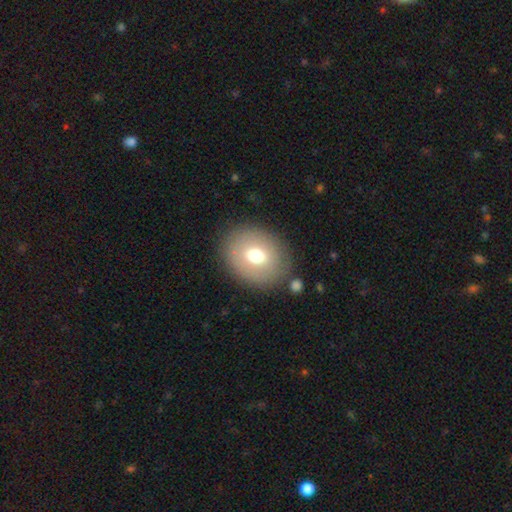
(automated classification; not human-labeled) Smooth or featured? smooth (69%)
How rounded? round (51%)
Merging? none (81%)